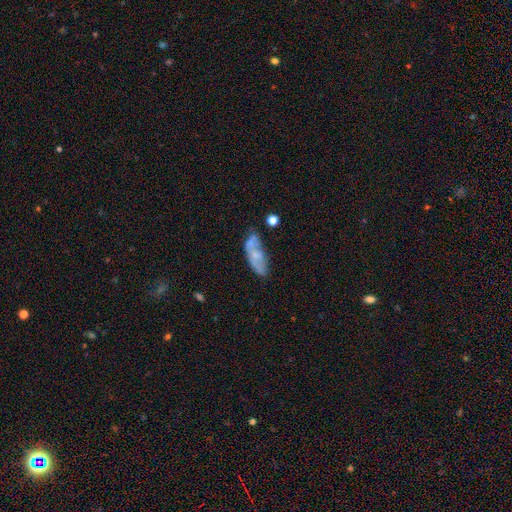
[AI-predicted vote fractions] A smooth galaxy with no disk features (48%). Merging: none (43%).